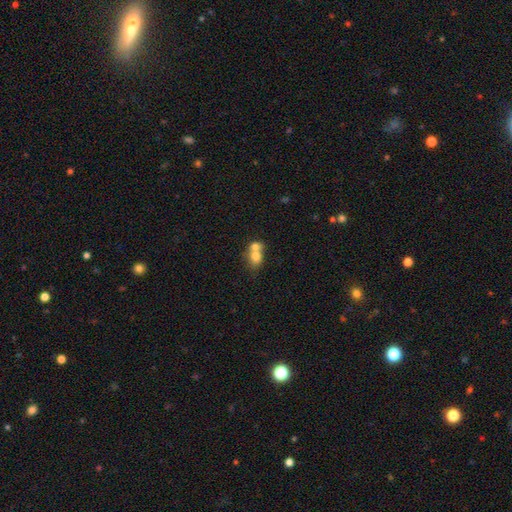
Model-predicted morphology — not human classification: A smooth galaxy with no disk features (73%) that is round (52%). Merging: merger (69%).